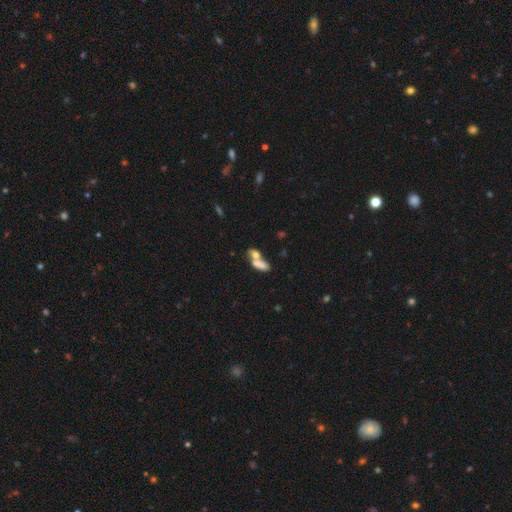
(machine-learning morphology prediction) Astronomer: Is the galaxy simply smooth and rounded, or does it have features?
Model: smooth — 67%.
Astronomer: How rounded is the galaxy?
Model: in between — 70%.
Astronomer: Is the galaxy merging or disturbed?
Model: merger — 64%.